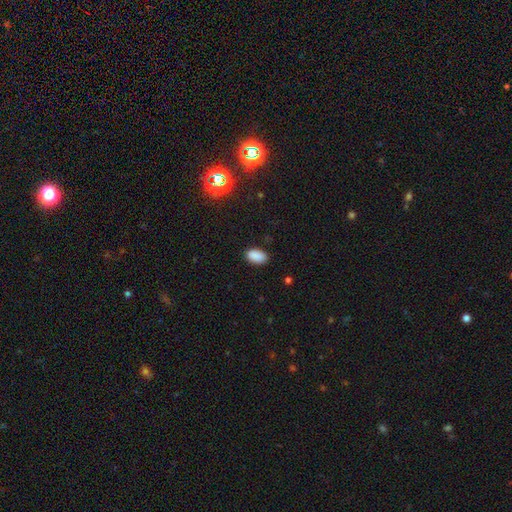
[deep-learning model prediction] Q: Smooth or featured?
A: smooth (88%); runner-up: star or artifact (9%)
Q: How rounded?
A: in between (93%); runner-up: round (5%)
Q: Merging?
A: none (87%); runner-up: minor disturbance (10%)